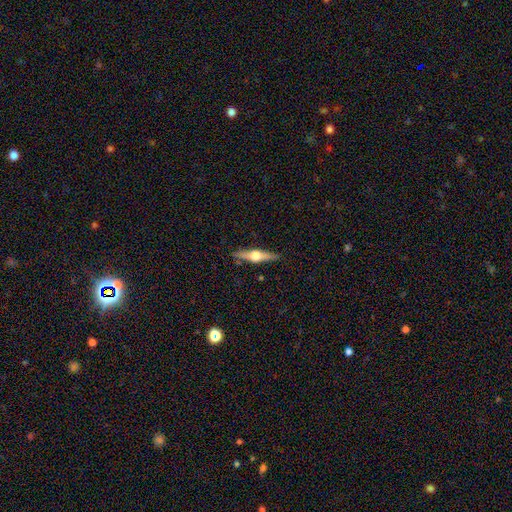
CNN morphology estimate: featured or disk 71%, smooth 23%, star or artifact 6%. Down the decision tree: edge-on disk — yes (97%); edge-on bulge — rounded (95%); merging — none (89%).